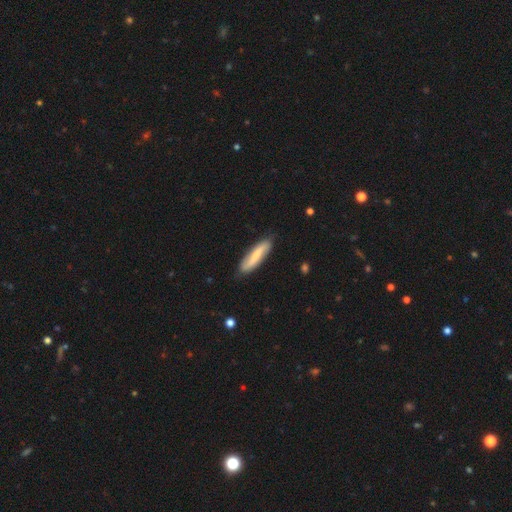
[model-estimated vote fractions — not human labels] smooth 59%, featured or disk 36%, star or artifact 5%. Down the decision tree: how rounded — cigar-shaped (74%); merging — none (84%).